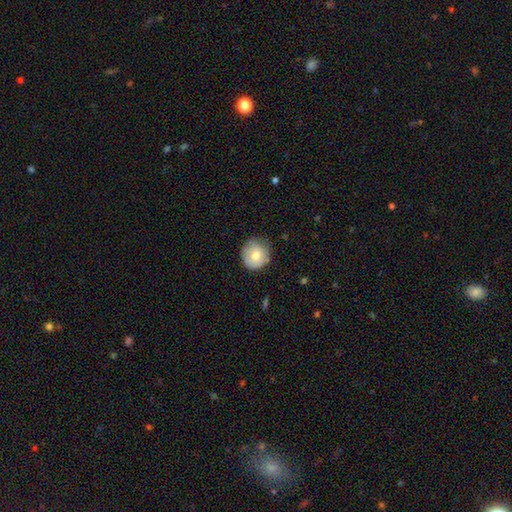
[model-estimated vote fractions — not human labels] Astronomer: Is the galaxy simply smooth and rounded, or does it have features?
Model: smooth — 74%.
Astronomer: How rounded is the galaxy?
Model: round — 88%.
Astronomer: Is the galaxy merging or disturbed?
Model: none — 70%.